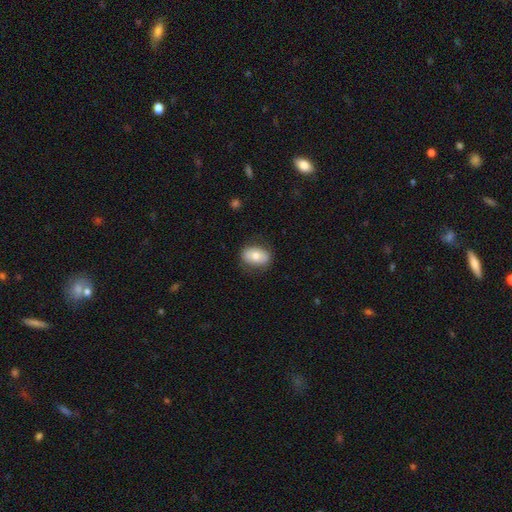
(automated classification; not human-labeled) Smooth or featured? smooth (74%)
How rounded? in between (83%)
Merging? none (81%)